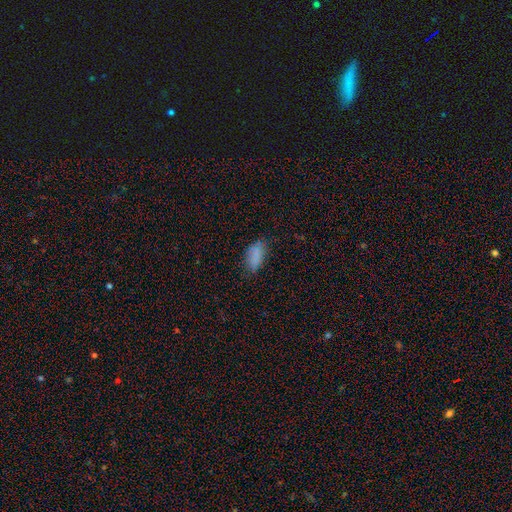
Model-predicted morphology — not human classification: smooth 81%, star or artifact 11%, featured or disk 8%. Down the decision tree: how rounded — in between (91%); merging — none (68%).